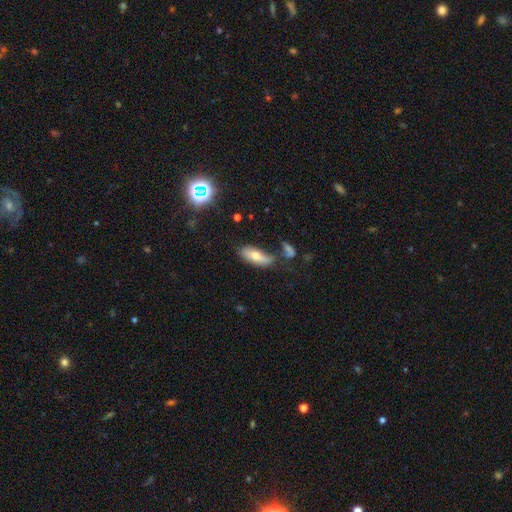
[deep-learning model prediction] smooth_or_featured: smooth (p=0.66) [alt: featured or disk p=0.26]
how_rounded: in between (p=0.80) [alt: cigar-shaped p=0.17]
merging: none (p=0.49) [alt: minor disturbance p=0.24]